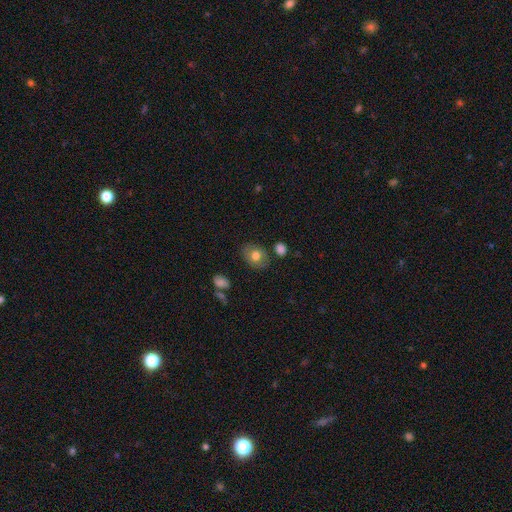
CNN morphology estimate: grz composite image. It shows a smooth galaxy with no disk features (76%) that is in between round and cigar-shaped (57%). Merging: none (81%).